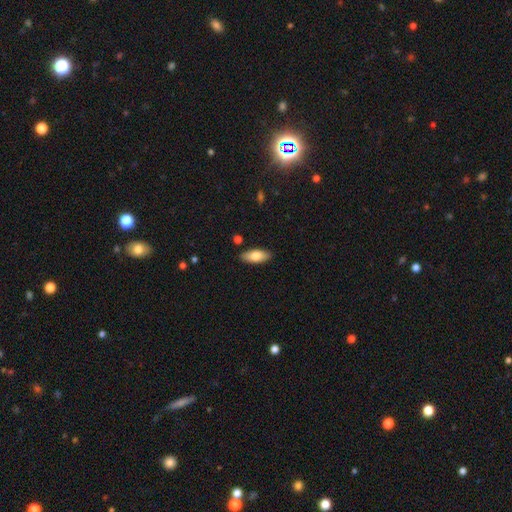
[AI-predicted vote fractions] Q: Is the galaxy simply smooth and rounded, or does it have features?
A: smooth — 77%.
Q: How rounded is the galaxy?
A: in between — 81%.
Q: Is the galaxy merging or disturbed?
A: none — 87%.